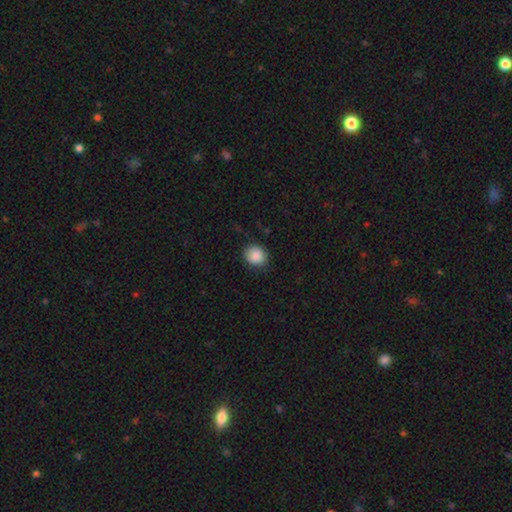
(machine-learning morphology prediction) This is clearly a smooth galaxy (87%). How rounded: likely round (78%). Merging: clearly none (87%).